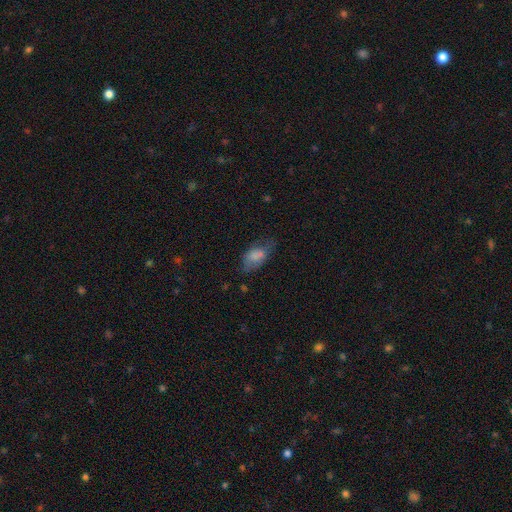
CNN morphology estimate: type=smooth (74%); roundness=in between (91%); merging=none (46%).